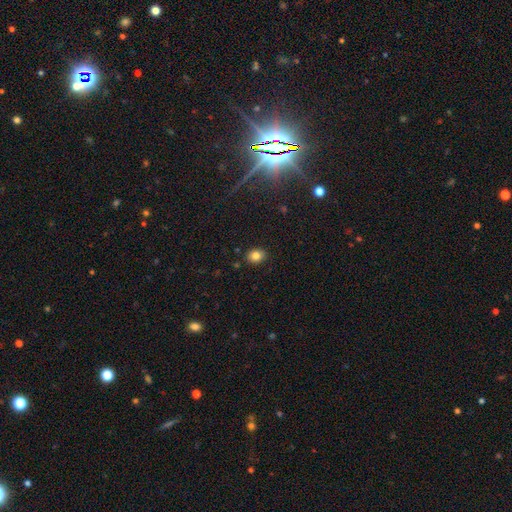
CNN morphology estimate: This is clearly a smooth galaxy (82%). How rounded: possibly in between (54%). Merging: clearly none (88%).